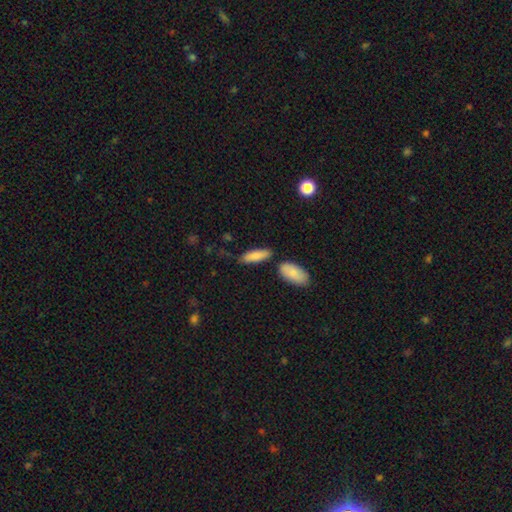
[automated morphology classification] Overall: smooth (85%). How rounded: in between (57%; cigar-shaped 41%). Merging: none (71%).